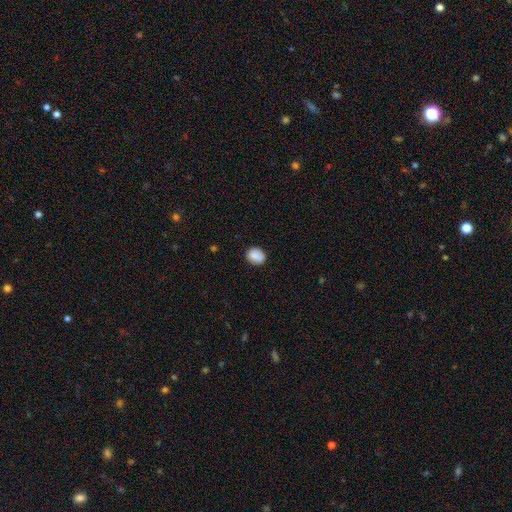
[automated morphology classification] Smooth or featured: smooth — 86% (star or artifact — 8%)
How rounded: round — 53% (in between — 46%)
Merging: none — 85% (minor disturbance — 12%)